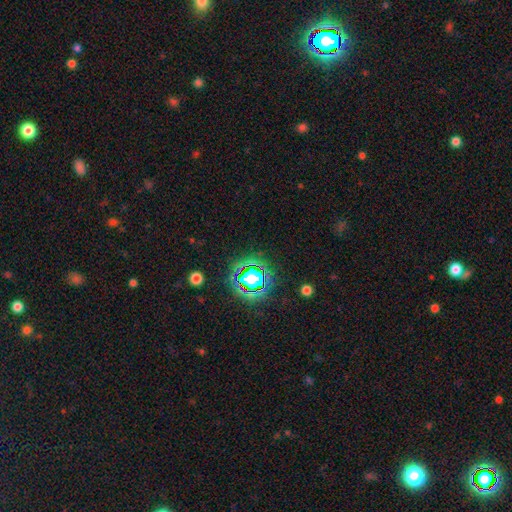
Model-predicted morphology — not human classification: Overall: star or artifact (79%).